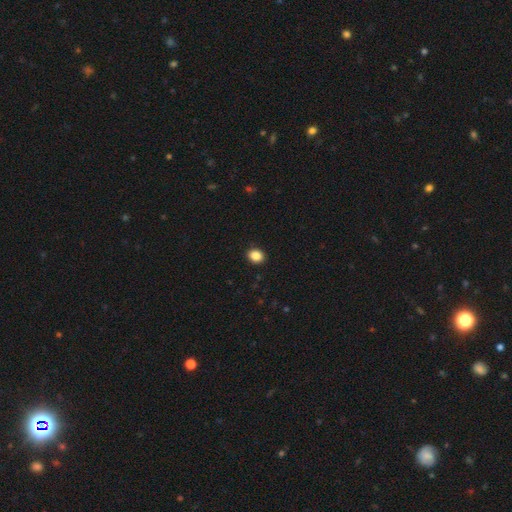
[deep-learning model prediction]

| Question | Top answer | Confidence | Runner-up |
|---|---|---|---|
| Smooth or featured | smooth | 87% | star or artifact (9%) |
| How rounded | in between | 50% | round (49%) |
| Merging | none | 91% | minor disturbance (6%) |